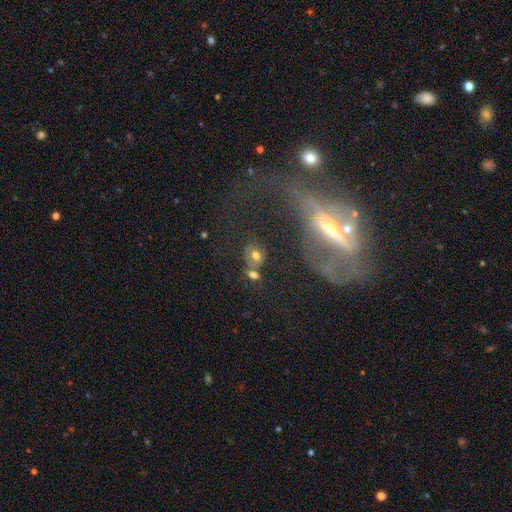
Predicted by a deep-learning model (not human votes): This appears to be a smooth galaxy with no disk features (56%) that is round (58%). Merging: none (49%).